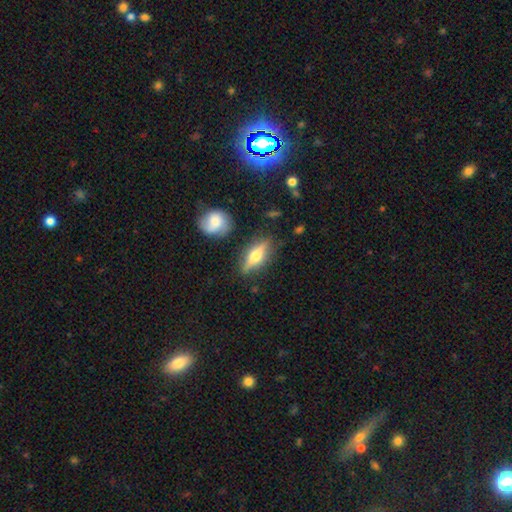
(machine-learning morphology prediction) This appears to be a featured or disk galaxy (59%) viewed edge-on (90%) with a rounded central bulge (93%). Merging: none (81%).